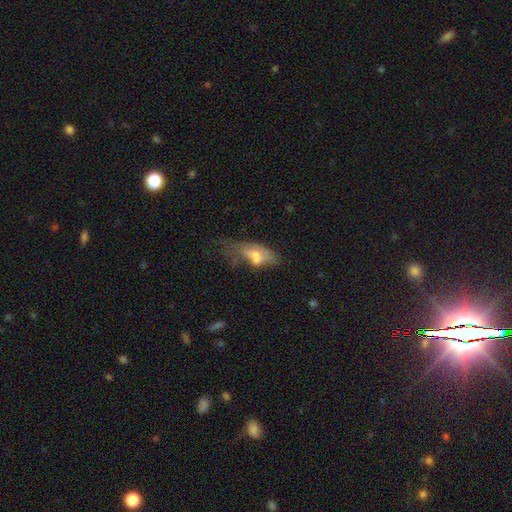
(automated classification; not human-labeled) This appears to be a smooth galaxy with no disk features (60%) that is in between round and cigar-shaped (82%). Merging: major disturbance (41%).